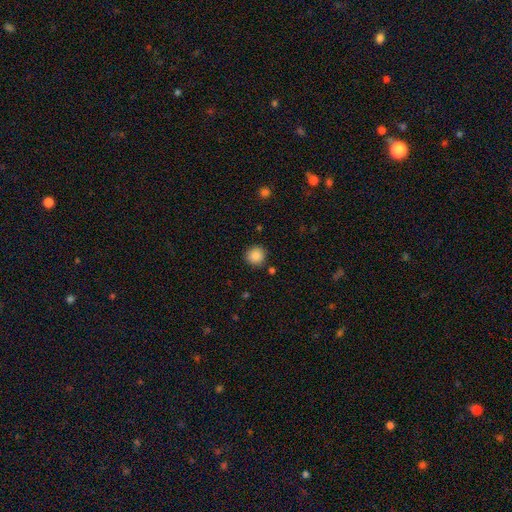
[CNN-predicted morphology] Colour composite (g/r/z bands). It shows a smooth galaxy with no disk features (88%) that is round (93%). Merging: none (89%).